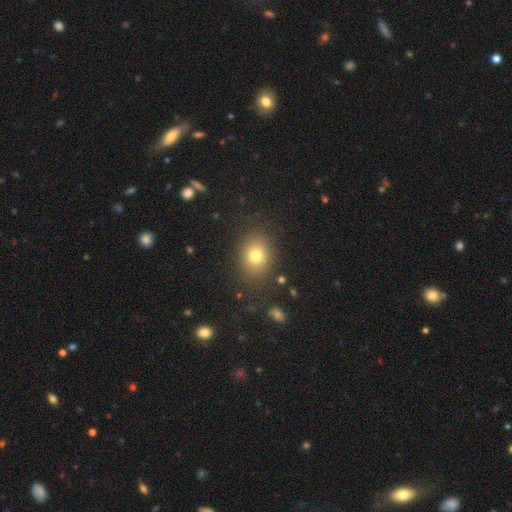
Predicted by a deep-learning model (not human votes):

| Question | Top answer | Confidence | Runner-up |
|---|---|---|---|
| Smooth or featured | smooth | 76% | star or artifact (13%) |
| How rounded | in between | 50% | round (49%) |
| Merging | none | 82% | minor disturbance (11%) |